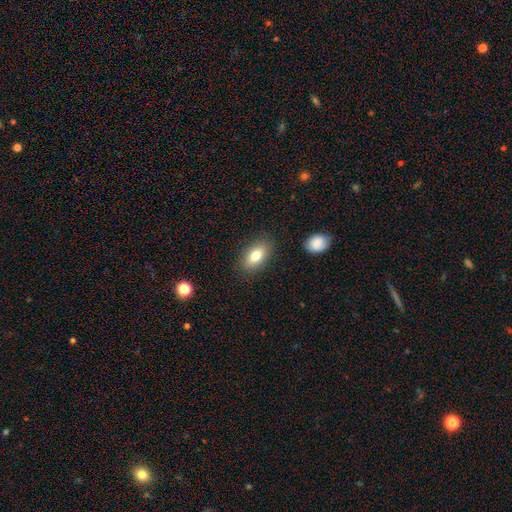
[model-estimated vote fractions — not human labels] Overall: smooth (79%). How rounded: in between (90%). Merging: none (85%).